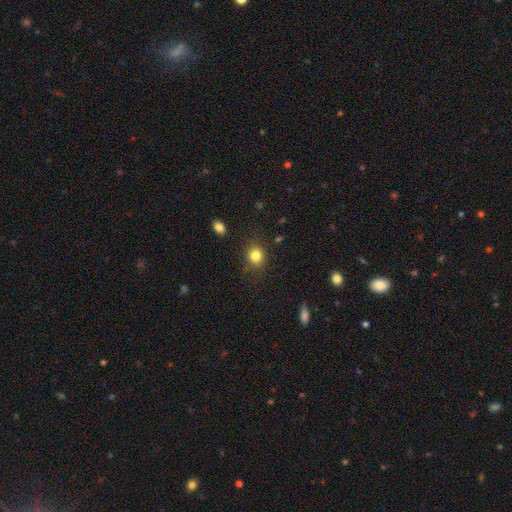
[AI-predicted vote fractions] Overall: smooth (83%). How rounded: round (73%). Merging: none (83%).